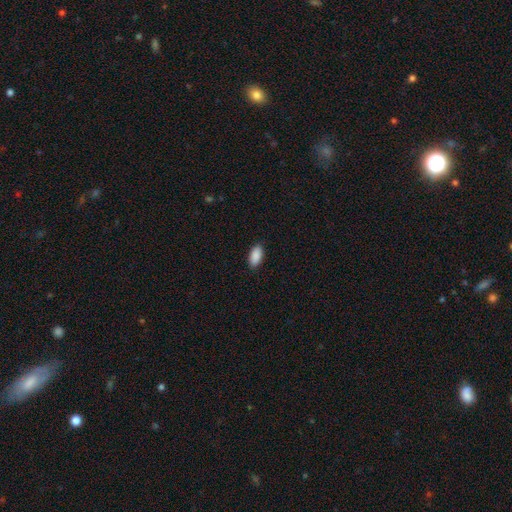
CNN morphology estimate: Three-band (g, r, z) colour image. It shows a smooth galaxy with no disk features (91%) that is in between round and cigar-shaped (92%). Merging: none (89%).